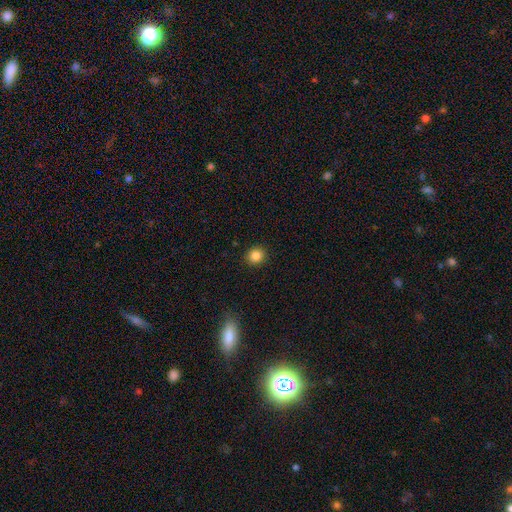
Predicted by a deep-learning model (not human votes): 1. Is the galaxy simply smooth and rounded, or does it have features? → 85% smooth, 11% star or artifact, 4% featured or disk.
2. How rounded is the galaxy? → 90% round, 9% in between, 1% cigar-shaped.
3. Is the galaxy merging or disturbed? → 92% none, 5% minor disturbance, 2% major disturbance, 1% merger.